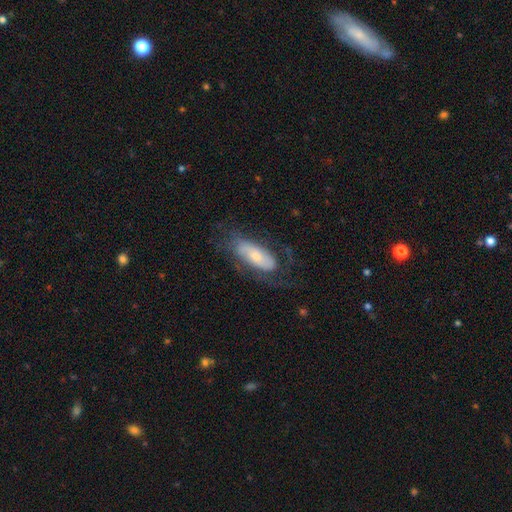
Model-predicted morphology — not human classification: A featured or disk galaxy (58%). Merging: none (57%).